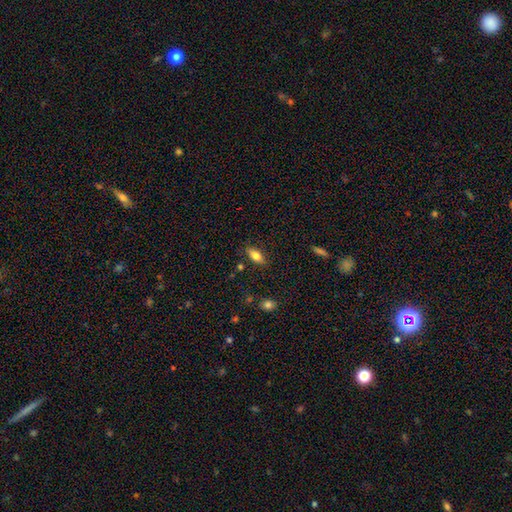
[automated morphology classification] Overall: smooth (76%). How rounded: in between (84%). Merging: none (84%).